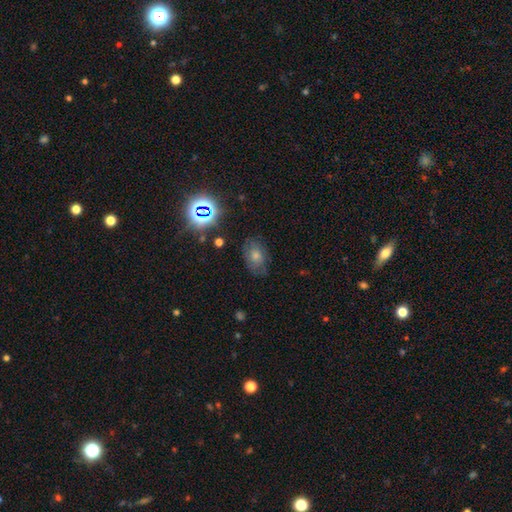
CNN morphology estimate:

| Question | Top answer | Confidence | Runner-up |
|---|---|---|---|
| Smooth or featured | smooth | 62% | featured or disk (20%) |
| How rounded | in between | 78% | round (21%) |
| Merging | none | 70% | minor disturbance (21%) |